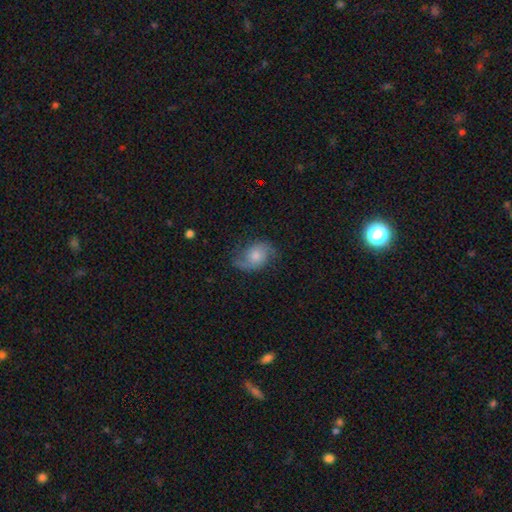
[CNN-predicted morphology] A featured or disk galaxy (58%) with no bar (72%), 2 (79%) loose (43%) spiral arms (90%) and a moderate central bulge (45%).

Vote fractions:
- Smooth or featured? featured or disk: 58% / smooth: 34% / star or artifact: 8%
- Edge-on disk? no: 96% / yes: 4%
- Bar? no: 72% / weak: 24% / strong: 3%
- Spiral arms? yes: 90% / no: 10%
- Spiral winding? loose: 43% / medium: 39% / tight: 18%
- Spiral arm count? 2: 79% / 1: 10% / can't tell: 8% / 3: 1% / 4: 1% / more than 4: 1%
- Bulge size? moderate: 45% / small: 34% / large: 11% / none: 7% / dominant: 2%
- Merging? none: 63% / minor disturbance: 24% / major disturbance: 11% / merger: 1%